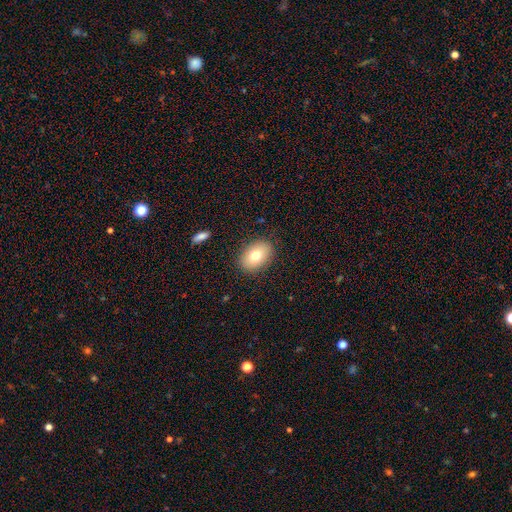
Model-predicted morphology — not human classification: smooth 75%, featured or disk 16%, star or artifact 9%. Down the decision tree: how rounded — in between (78%); merging — none (87%).